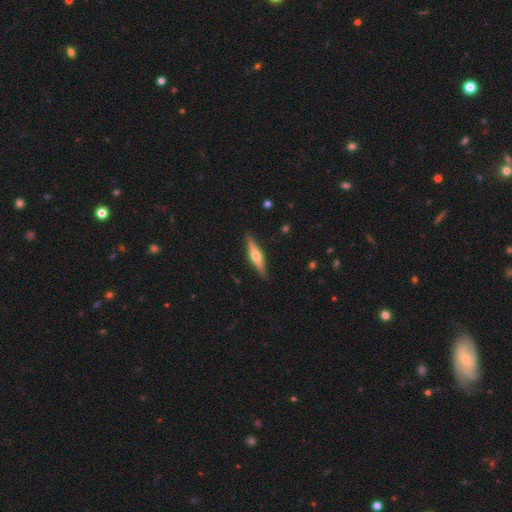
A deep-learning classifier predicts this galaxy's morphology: A featured or disk galaxy (64%) viewed edge-on (96%) with a rounded central bulge (92%). Merging: none (89%).